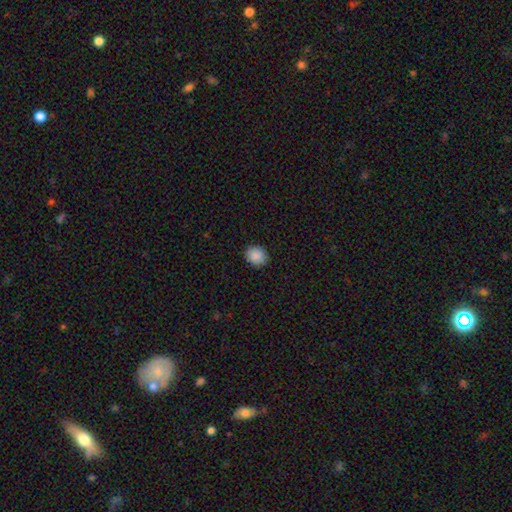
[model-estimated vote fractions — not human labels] smooth_or_featured: smooth (p=0.89) [alt: star or artifact p=0.08]
how_rounded: round (p=0.67) [alt: in between p=0.32]
merging: none (p=0.90) [alt: minor disturbance p=0.07]